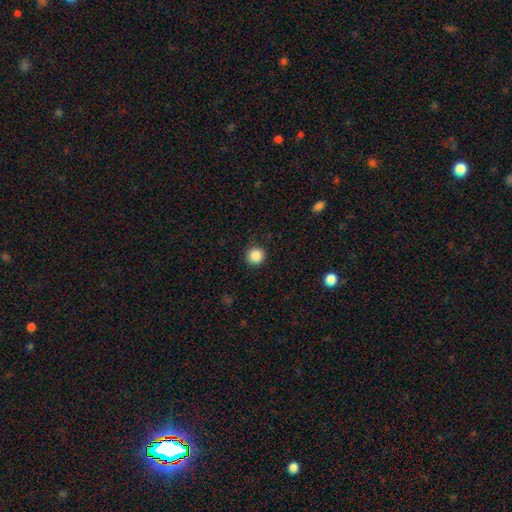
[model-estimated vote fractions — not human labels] Smooth or featured: smooth — 87% (star or artifact — 10%)
How rounded: round — 94% (in between — 5%)
Merging: none — 90% (minor disturbance — 7%)